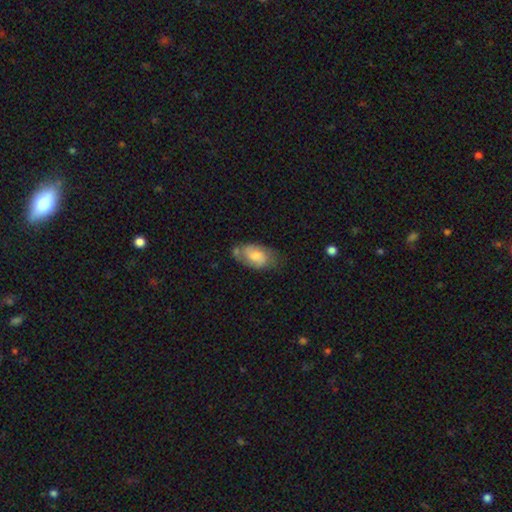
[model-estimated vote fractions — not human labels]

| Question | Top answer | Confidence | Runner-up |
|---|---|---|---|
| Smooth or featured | smooth | 61% | featured or disk (33%) |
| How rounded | in between | 92% | round (5%) |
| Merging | none | 51% | minor disturbance (30%) |